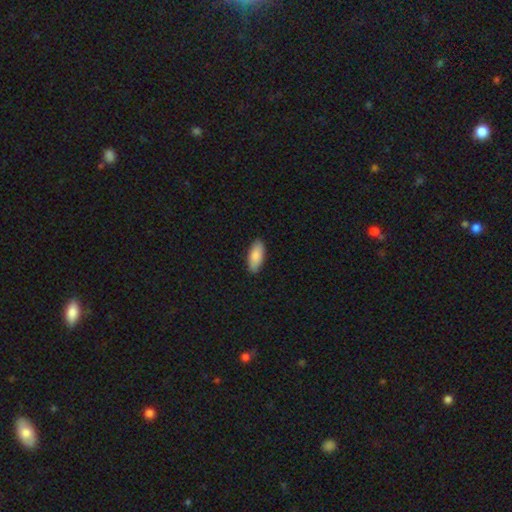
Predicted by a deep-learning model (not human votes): Smooth or featured: smooth — 87% (featured or disk — 8%)
How rounded: in between — 83% (cigar-shaped — 15%)
Merging: none — 89% (minor disturbance — 8%)